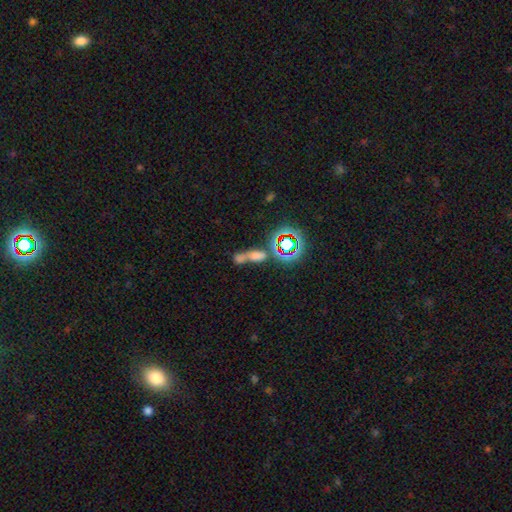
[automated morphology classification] Smooth or featured?
  - smooth: 45% *
  - star or artifact: 37%
  - featured or disk: 18%
Merging?
  - merger: 54% *
  - none: 27%
  - major disturbance: 9%
  - minor disturbance: 9%